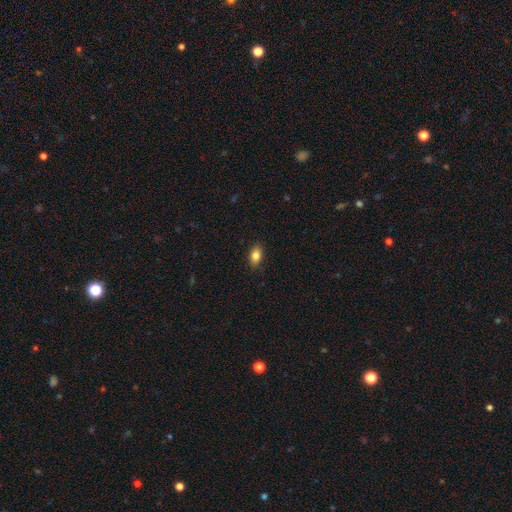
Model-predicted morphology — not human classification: Smooth or featured: smooth — 84% (star or artifact — 9%)
How rounded: in between — 87% (round — 11%)
Merging: none — 86% (minor disturbance — 11%)